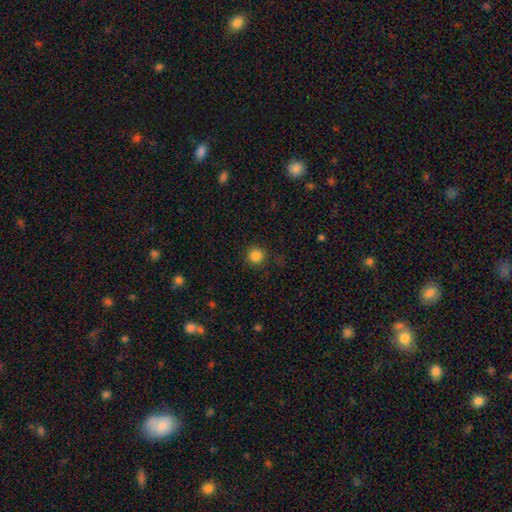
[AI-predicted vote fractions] A smooth galaxy with no disk features (85%) that is round (95%). Merging: none (89%).